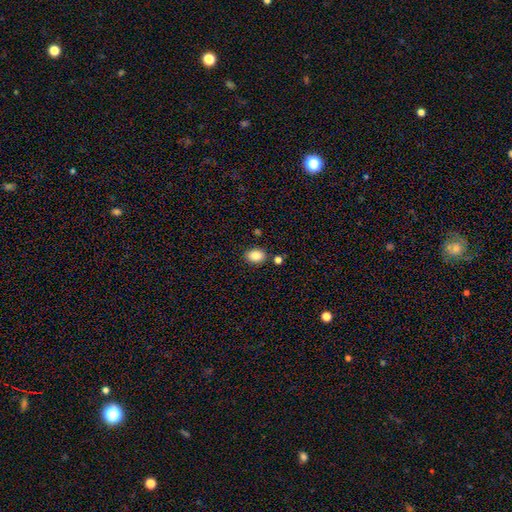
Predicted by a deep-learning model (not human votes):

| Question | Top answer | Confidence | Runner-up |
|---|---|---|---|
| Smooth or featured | smooth | 87% | star or artifact (8%) |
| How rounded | in between | 70% | round (29%) |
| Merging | none | 81% | minor disturbance (11%) |